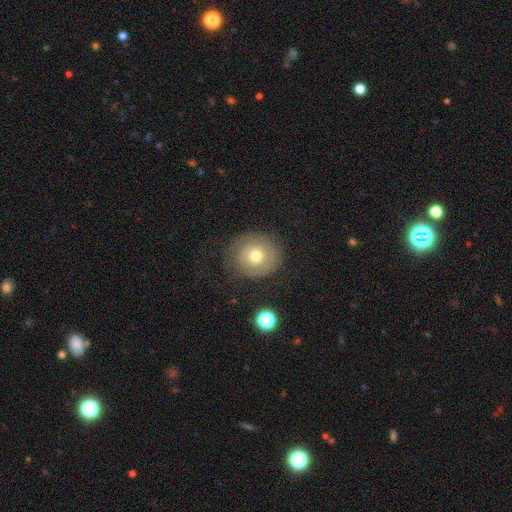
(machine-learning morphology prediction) Smooth or featured?
  - smooth: 52% *
  - featured or disk: 40%
  - star or artifact: 9%
How rounded?
  - round: 87% *
  - in between: 12%
  - cigar-shaped: 1%
Merging?
  - none: 75% *
  - minor disturbance: 15%
  - major disturbance: 8%
  - merger: 2%